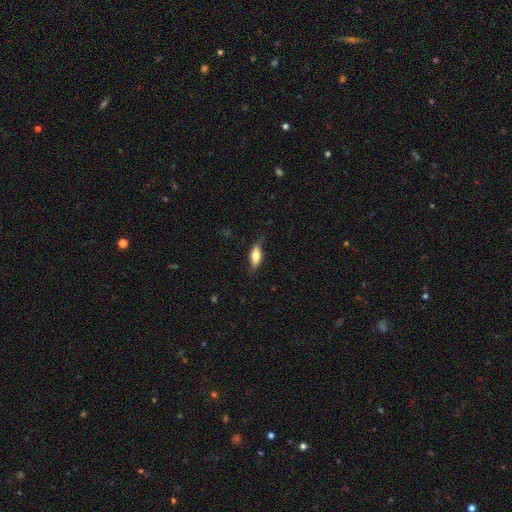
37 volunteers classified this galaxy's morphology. Volunteers were most divided on "how rounded": cigar-shaped: 59%, in between: 41%, round: 0%. More confident: smooth or featured — smooth (78%); merging — none (69%).